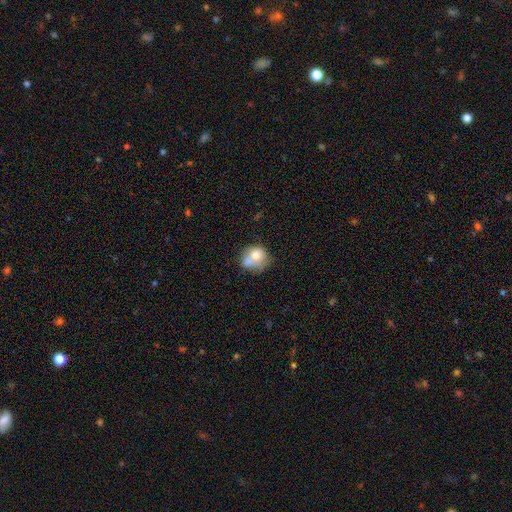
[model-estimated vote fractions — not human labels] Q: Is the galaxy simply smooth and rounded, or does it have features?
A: smooth — 68%.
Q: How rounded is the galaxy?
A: round — 71%.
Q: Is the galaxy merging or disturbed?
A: none — 36%.